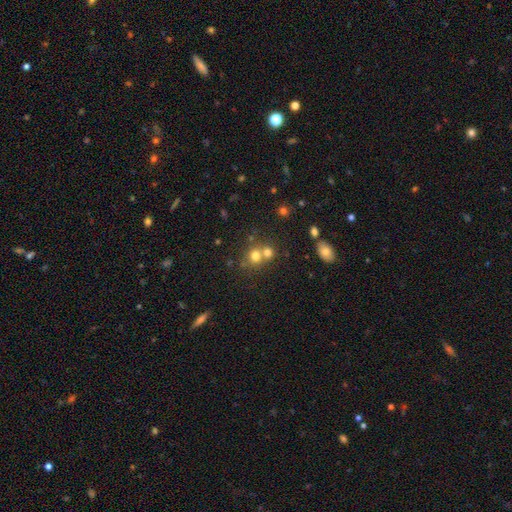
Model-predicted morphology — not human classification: This is likely a smooth galaxy (73%). How rounded: clearly round (84%). Merging: possibly merger (46%).